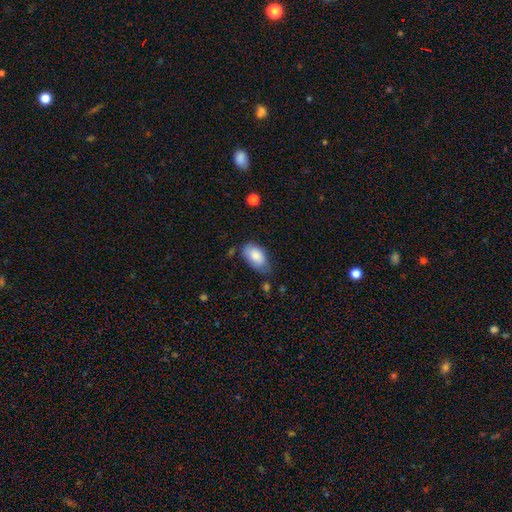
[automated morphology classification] A smooth galaxy with no disk features (84%) that is in between round and cigar-shaped (93%). Merging: none (56%).